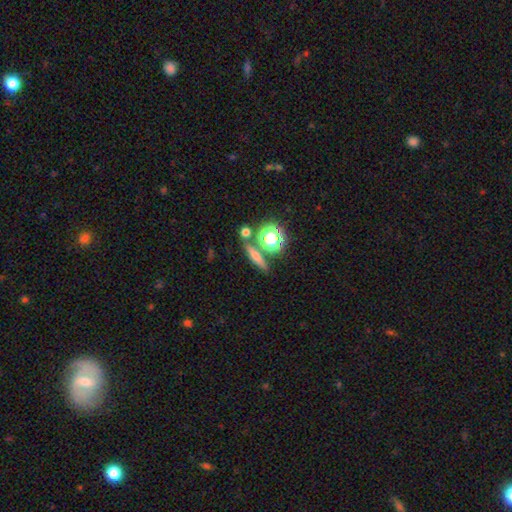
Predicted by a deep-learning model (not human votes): smooth-or-featured: smooth: 52% | featured or disk: 27% | star or artifact: 21%
  how-rounded: cigar-shaped: 53% | round: 27% | in between: 20%
  merging: none: 75% | merger: 13% | minor disturbance: 9% | major disturbance: 3%